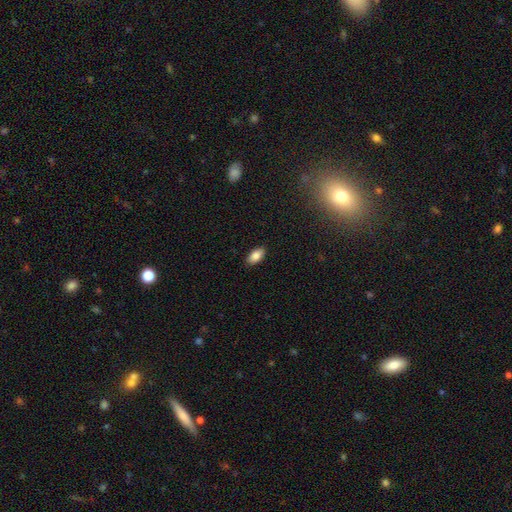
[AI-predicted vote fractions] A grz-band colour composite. It shows a smooth galaxy with no disk features (86%) that is in between round and cigar-shaped (93%). Merging: none (89%).